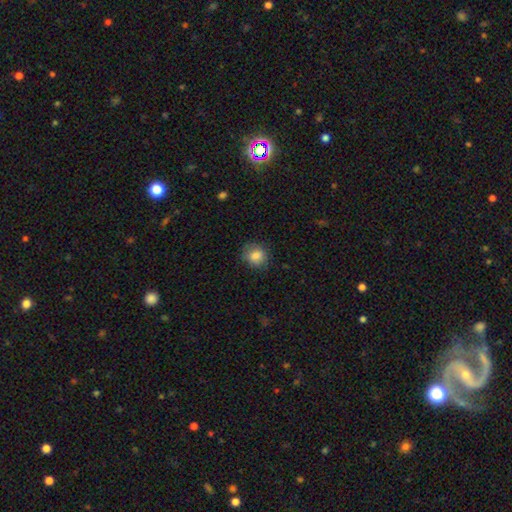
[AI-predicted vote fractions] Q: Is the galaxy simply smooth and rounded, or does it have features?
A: smooth — 84%.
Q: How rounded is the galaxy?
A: round — 77%.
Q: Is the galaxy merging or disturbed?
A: none — 79%.